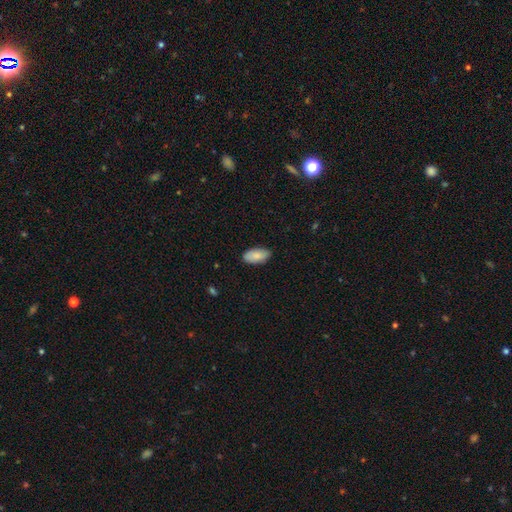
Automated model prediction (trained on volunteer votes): Smooth or featured? Predicted: smooth (p=0.85). How rounded? Predicted: in between (p=0.94). Merging? Predicted: none (p=0.83).